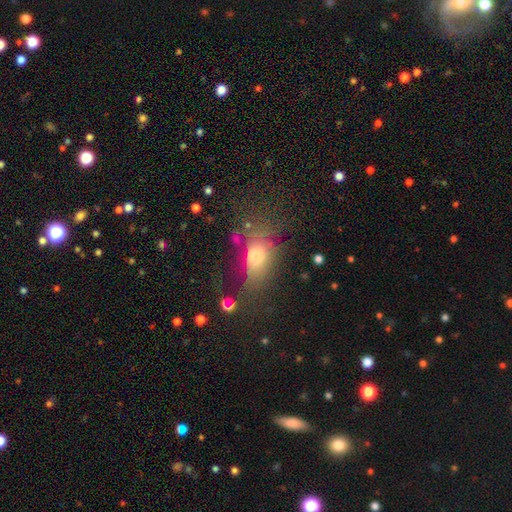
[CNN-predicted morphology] Q: Smooth or featured?
A: smooth (68%); runner-up: featured or disk (17%)
Q: How rounded?
A: in between (73%); runner-up: round (23%)
Q: Merging?
A: none (58%); runner-up: minor disturbance (20%)